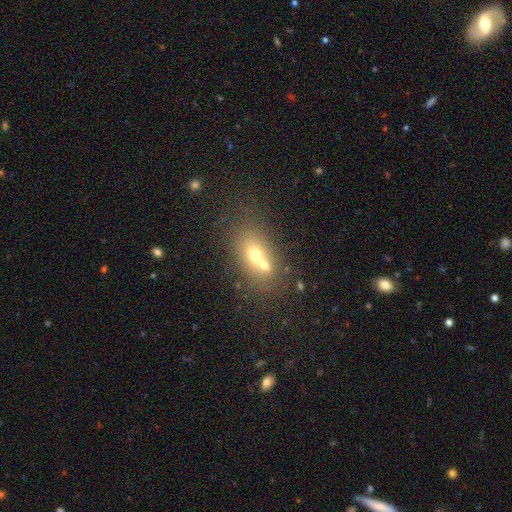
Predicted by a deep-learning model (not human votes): Morphology: type=smooth (59%); roundness=in between (68%); merging=merger (55%).